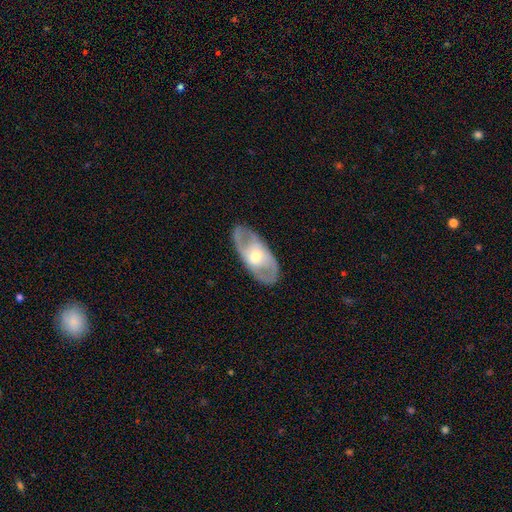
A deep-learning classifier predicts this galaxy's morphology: featured or disk 73%, smooth 22%, star or artifact 5%. Down the decision tree: edge-on disk — no (87%); bar — no (52%); spiral arms — yes (68%); bulge size — moderate (64%); merging — none (83%).